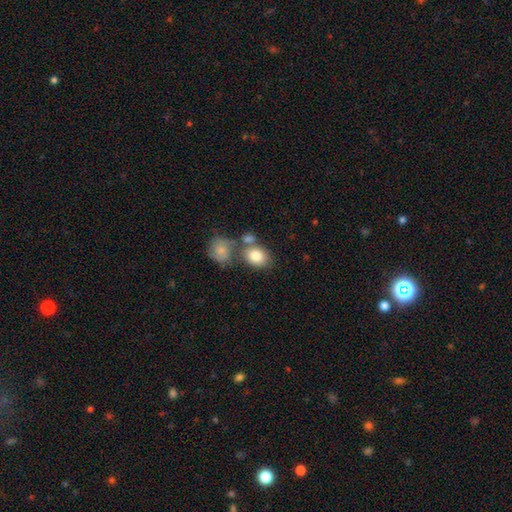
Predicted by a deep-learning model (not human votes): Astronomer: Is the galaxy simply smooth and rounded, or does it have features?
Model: smooth — 79%.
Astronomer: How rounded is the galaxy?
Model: in between — 57% (runner-up: round, 41%).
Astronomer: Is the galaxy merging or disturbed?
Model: none — 48% (runner-up: merger, 32%).